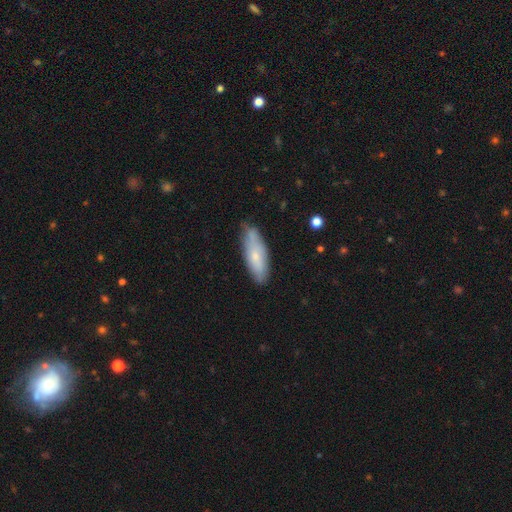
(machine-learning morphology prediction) Smooth or featured: smooth — 64% (featured or disk — 30%)
How rounded: in between — 58% (cigar-shaped — 40%)
Merging: none — 73% (minor disturbance — 21%)